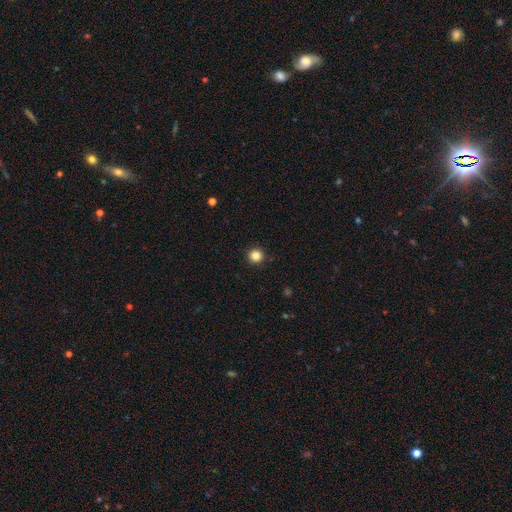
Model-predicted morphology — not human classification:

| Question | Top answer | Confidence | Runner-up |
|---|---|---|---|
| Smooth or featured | smooth | 85% | star or artifact (11%) |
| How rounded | round | 96% | in between (3%) |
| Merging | none | 93% | minor disturbance (4%) |